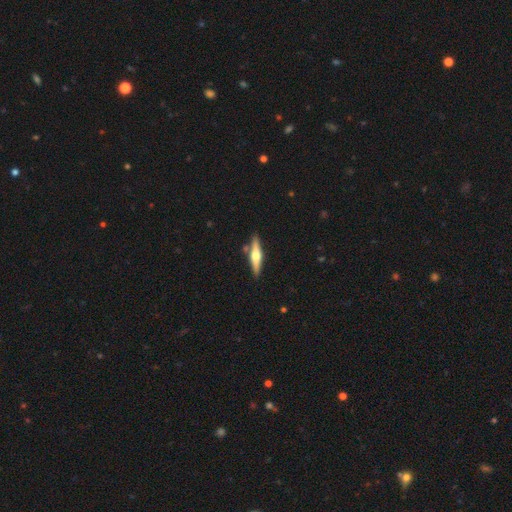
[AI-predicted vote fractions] Smooth or featured: featured or disk — 62% (smooth — 33%)
Edge-on disk: yes — 96% (no — 4%)
Edge-on bulge: rounded — 92% (boxy — 5%)
Merging: none — 84% (minor disturbance — 9%)